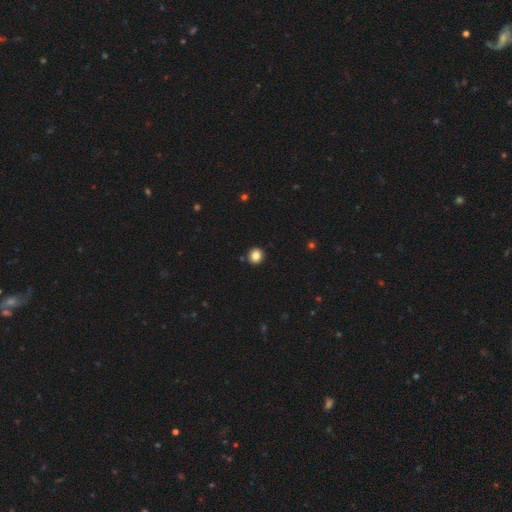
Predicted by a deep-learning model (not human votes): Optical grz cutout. It shows a smooth galaxy with no disk features (85%) that is round (91%). Merging: none (92%).